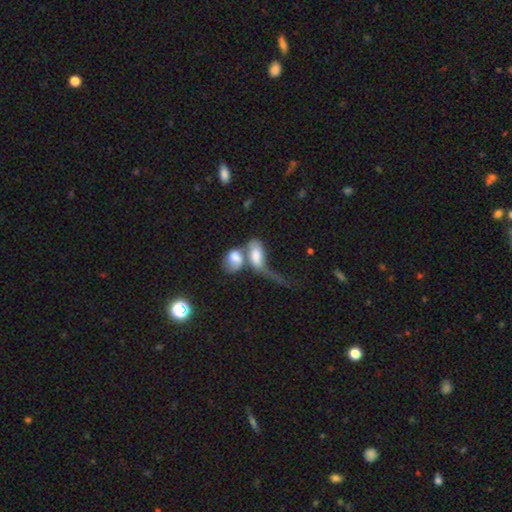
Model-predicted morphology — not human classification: A smooth galaxy with no disk features (57%) that is in between round and cigar-shaped (82%).

Vote fractions:
- Smooth or featured? smooth: 57% / featured or disk: 34% / star or artifact: 9%
- How rounded? in between: 82% / round: 10% / cigar-shaped: 7%
- Merging? merger: 72% / major disturbance: 15% / none: 8% / minor disturbance: 5%